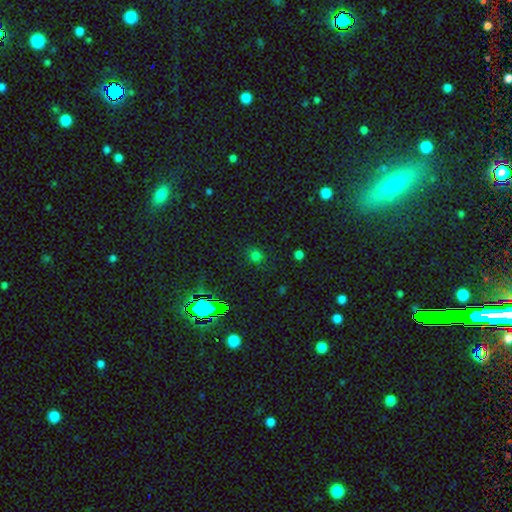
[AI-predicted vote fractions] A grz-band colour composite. It shows a smooth galaxy with no disk features (63%) that is round (85%). Merging: none (83%).